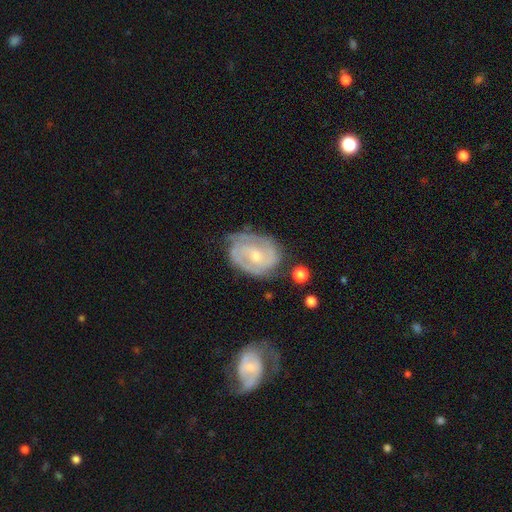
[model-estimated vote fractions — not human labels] Smooth or featured? featured or disk (81%)
Edge-on disk? no (97%)
Bar? no (52%)
Spiral arms? yes (92%)
Spiral winding? tight (59%)
Spiral arm count? 2 (54%)
Bulge size? small (51%)
Merging? none (63%)